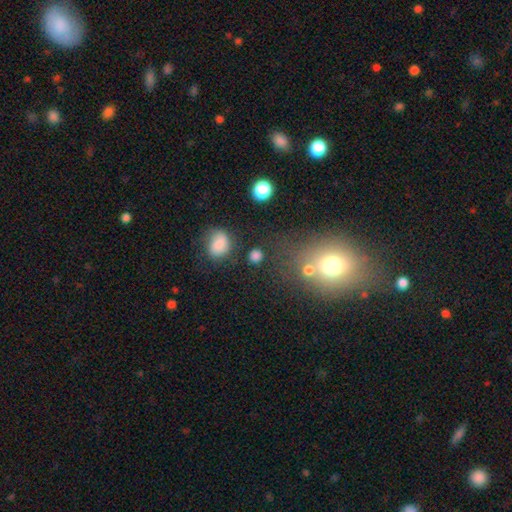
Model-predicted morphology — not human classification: Smooth or featured?
  - smooth: 77% *
  - star or artifact: 16%
  - featured or disk: 7%
How rounded?
  - round: 73% *
  - in between: 26%
  - cigar-shaped: 2%
Merging?
  - none: 71% *
  - minor disturbance: 14%
  - merger: 8%
  - major disturbance: 7%